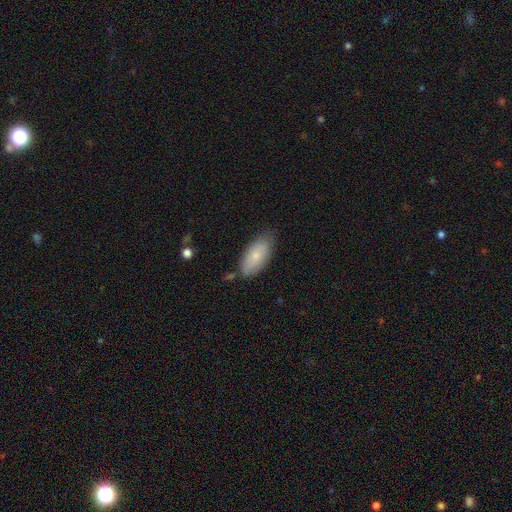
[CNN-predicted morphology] A smooth galaxy with no disk features (78%) that is in between round and cigar-shaped (91%). Merging: none (70%).